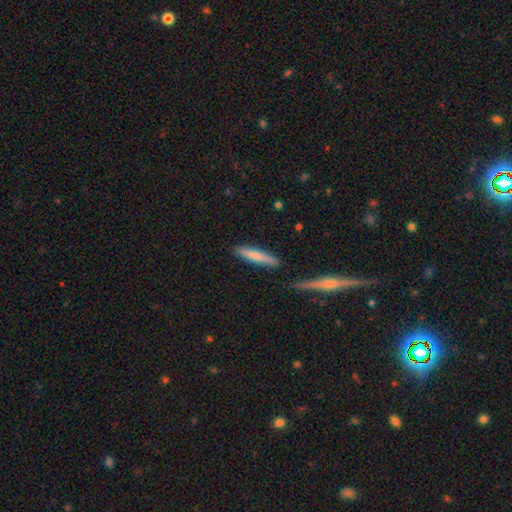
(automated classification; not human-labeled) Smooth or featured? Predicted: smooth (p=0.72). How rounded? Predicted: cigar-shaped (p=0.87). Merging? Predicted: none (p=0.79).